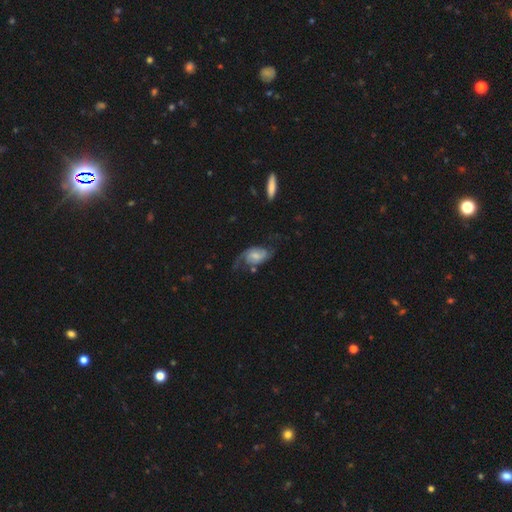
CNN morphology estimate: Smooth or featured? featured or disk (70%)
Edge-on disk? no (96%)
Bar? no (55%)
Spiral arms? yes (92%)
Spiral winding? loose (48%)
Spiral arm count? 2 (79%)
Bulge size? moderate (41%)
Merging? none (47%)